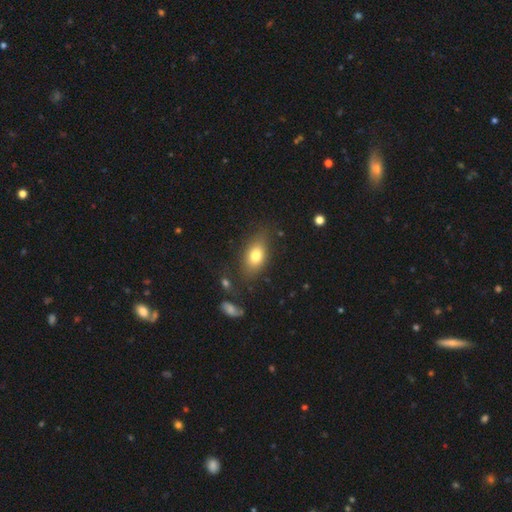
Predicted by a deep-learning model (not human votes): A smooth galaxy with no disk features (76%) that is in between round and cigar-shaped (84%).

Vote fractions:
- Smooth or featured? smooth: 76% / featured or disk: 15% / star or artifact: 9%
- How rounded? in between: 84% / round: 12% / cigar-shaped: 4%
- Merging? none: 76% / minor disturbance: 15% / major disturbance: 5% / merger: 3%